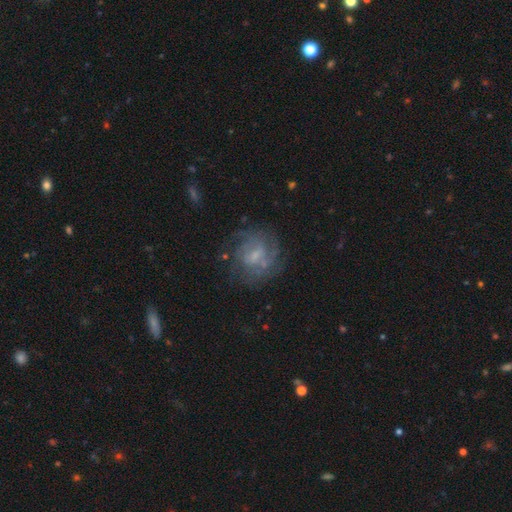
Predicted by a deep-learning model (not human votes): smooth_or_featured: featured or disk (p=0.71) [alt: smooth p=0.19]
disk_edge_on: no (p=0.97) [alt: yes p=0.03]
bar: weak (p=0.53) [alt: no p=0.36]
has_spiral_arms: yes (p=0.80) [alt: no p=0.20]
spiral_winding: tight (p=0.47) [alt: medium p=0.38]
spiral_arm_count: can't tell (p=0.45) [alt: 2 p=0.20]
bulge_size: small (p=0.51) [alt: moderate p=0.27]
merging: none (p=0.65) [alt: minor disturbance p=0.18]